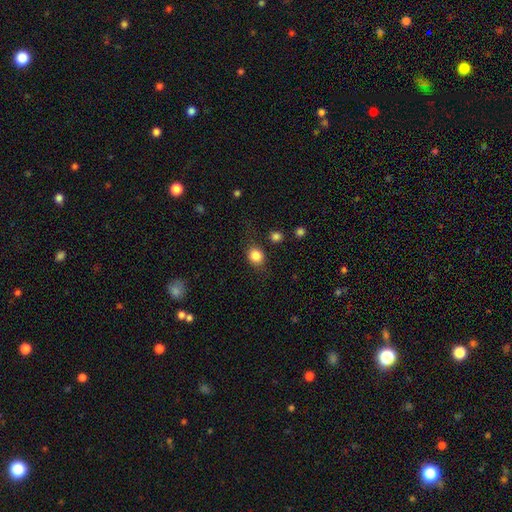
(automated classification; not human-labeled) The model was most divided on "how rounded": round: 64%, in between: 35%, cigar-shaped: 1%. More confident: smooth or featured — smooth (84%); merging — none (74%).